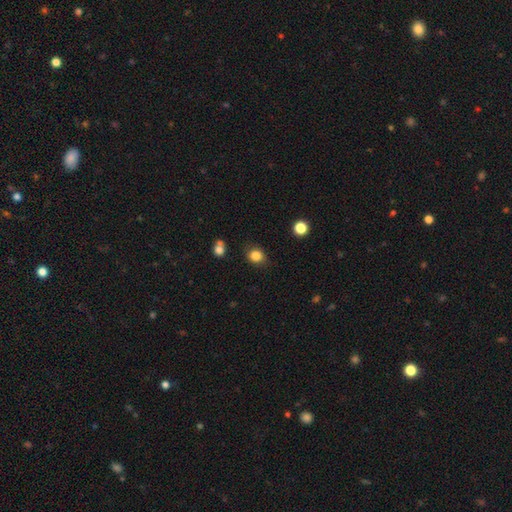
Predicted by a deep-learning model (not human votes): A smooth galaxy with no disk features (84%) that is round (67%). Merging: none (80%).